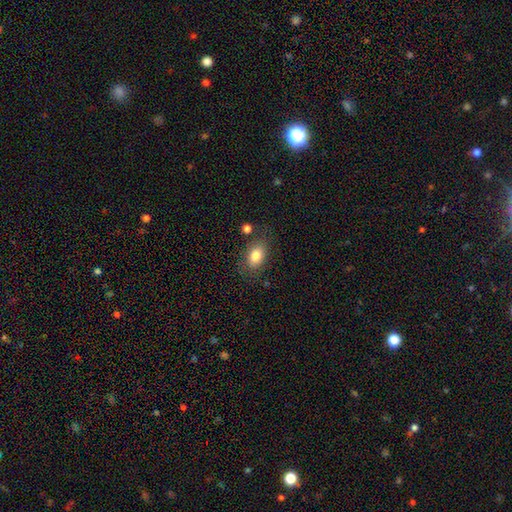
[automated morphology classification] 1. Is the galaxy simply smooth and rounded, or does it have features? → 81% smooth, 10% featured or disk, 9% star or artifact.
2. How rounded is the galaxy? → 82% in between, 17% round, 2% cigar-shaped.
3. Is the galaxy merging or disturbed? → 75% none, 15% minor disturbance, 5% merger, 5% major disturbance.